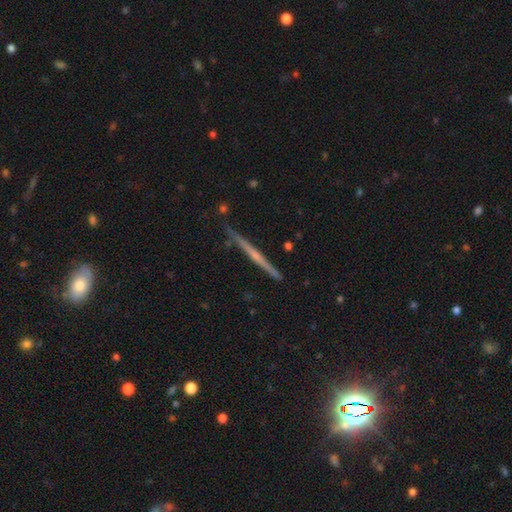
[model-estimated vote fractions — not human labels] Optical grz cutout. It shows a featured or disk galaxy (73%) viewed edge-on (98%) with no central bulge (49%). Merging: none (88%).